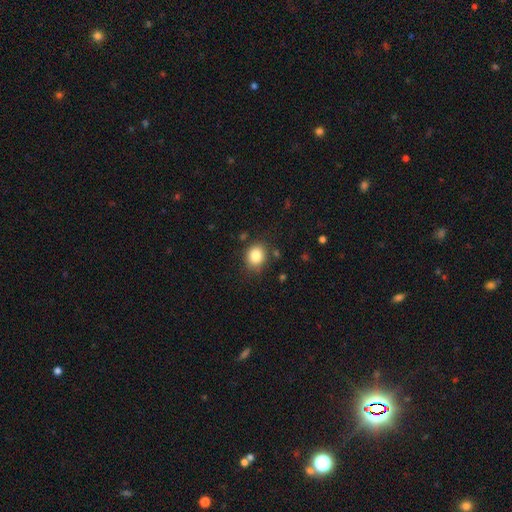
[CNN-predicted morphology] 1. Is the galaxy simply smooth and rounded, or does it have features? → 83% smooth, 10% star or artifact, 7% featured or disk.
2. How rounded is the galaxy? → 67% round, 32% in between, 1% cigar-shaped.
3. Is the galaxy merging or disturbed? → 82% none, 12% minor disturbance, 4% major disturbance, 3% merger.